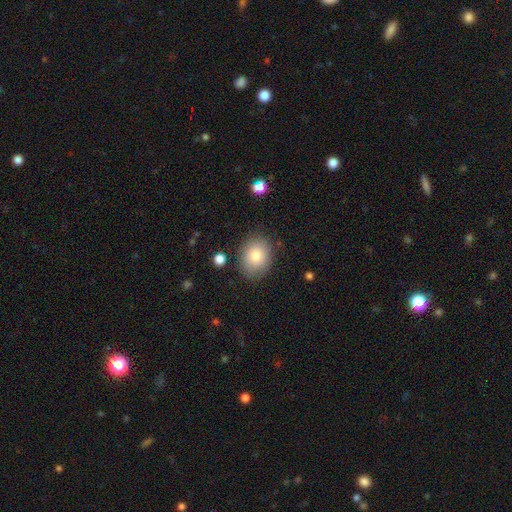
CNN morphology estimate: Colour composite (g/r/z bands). It shows a smooth galaxy with no disk features (81%) that is in between round and cigar-shaped (53%). Merging: none (82%).